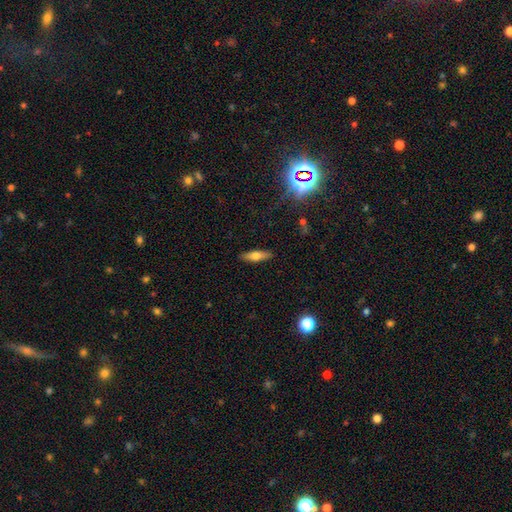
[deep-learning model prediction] The model was most divided on "how rounded": cigar-shaped: 61%, in between: 36%, round: 2%. More confident: merging — none (89%); smooth or featured — smooth (59%).